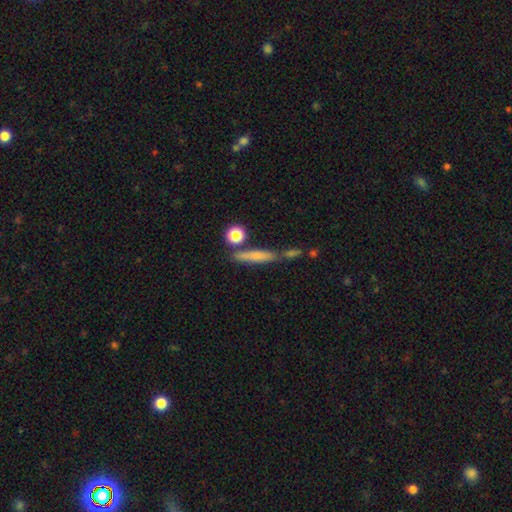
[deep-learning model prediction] Smooth or featured: smooth — 65% (featured or disk — 25%)
How rounded: cigar-shaped — 80% (in between — 13%)
Merging: none — 66% (merger — 15%)